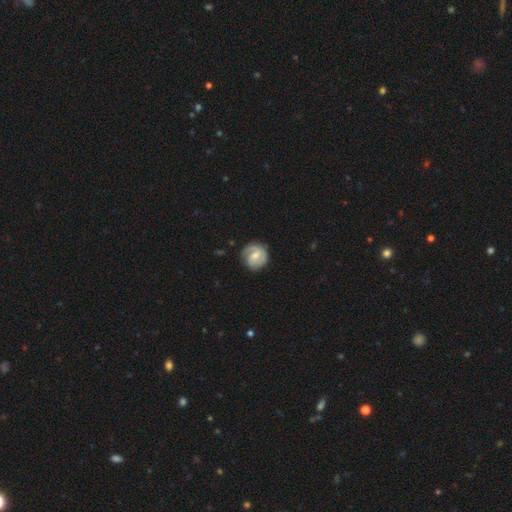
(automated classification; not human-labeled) Smooth or featured: featured or disk — 64% (smooth — 30%)
Edge-on disk: no — 98% (yes — 2%)
Bar: weak — 52% (no — 34%)
Spiral arms: yes — 91% (no — 9%)
Spiral winding: tight — 46% (medium — 39%)
Spiral arm count: 2 — 63% (1 — 18%)
Bulge size: moderate — 51% (small — 41%)
Merging: none — 77% (minor disturbance — 16%)